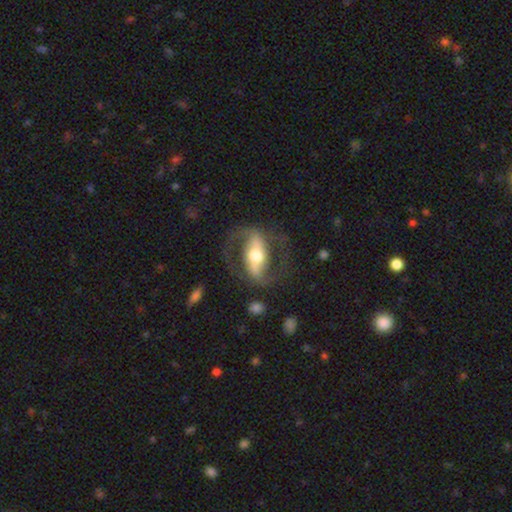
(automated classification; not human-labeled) Q: Smooth or featured?
A: featured or disk (84%); runner-up: smooth (12%)
Q: Edge-on disk?
A: no (92%); runner-up: yes (8%)
Q: Bar?
A: strong (67%); runner-up: weak (21%)
Q: Spiral arms?
A: yes (85%); runner-up: no (15%)
Q: Spiral winding?
A: medium (53%); runner-up: loose (29%)
Q: Spiral arm count?
A: 2 (91%); runner-up: can't tell (4%)
Q: Bulge size?
A: moderate (63%); runner-up: large (21%)
Q: Merging?
A: none (74%); runner-up: major disturbance (12%)